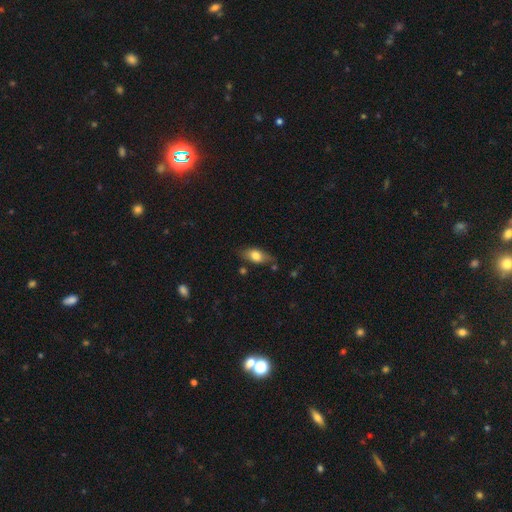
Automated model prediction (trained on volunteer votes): Morphology: type=smooth (70%); roundness=in between (83%); merging=none (72%).